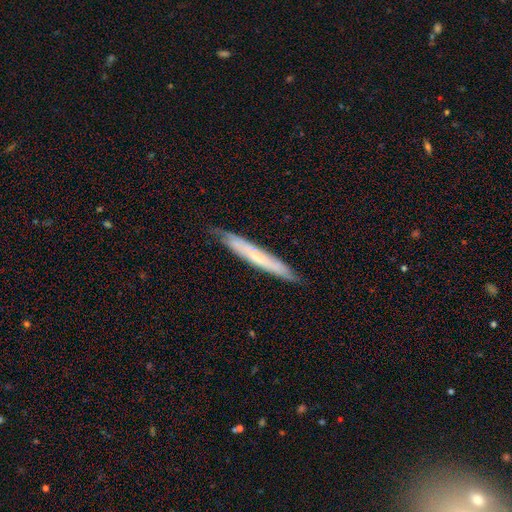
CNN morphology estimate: A smooth galaxy with no disk features (48%).

Vote fractions:
- Smooth or featured? smooth: 48% / featured or disk: 46% / star or artifact: 6%
- Merging? none: 81% / minor disturbance: 15% / major disturbance: 2% / merger: 1%